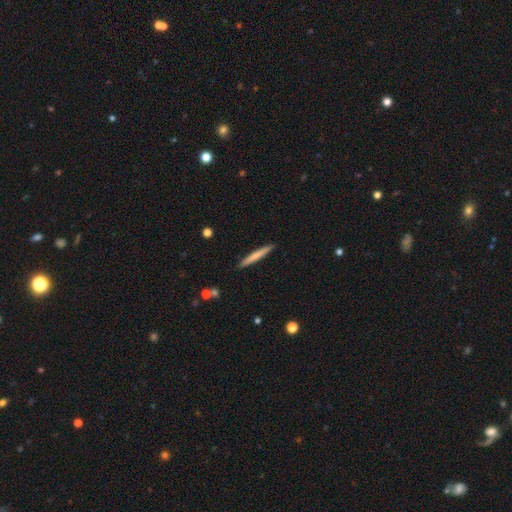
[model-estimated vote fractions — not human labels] smooth 66%, featured or disk 29%, star or artifact 5%. Down the decision tree: how rounded — cigar-shaped (96%); merging — none (91%).